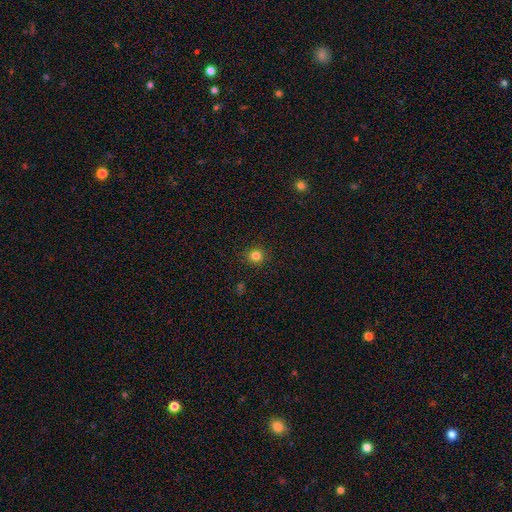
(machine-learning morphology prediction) smooth_or_featured: smooth (p=0.82) [alt: star or artifact p=0.14]
how_rounded: round (p=0.93) [alt: in between p=0.06]
merging: none (p=0.92) [alt: minor disturbance p=0.05]